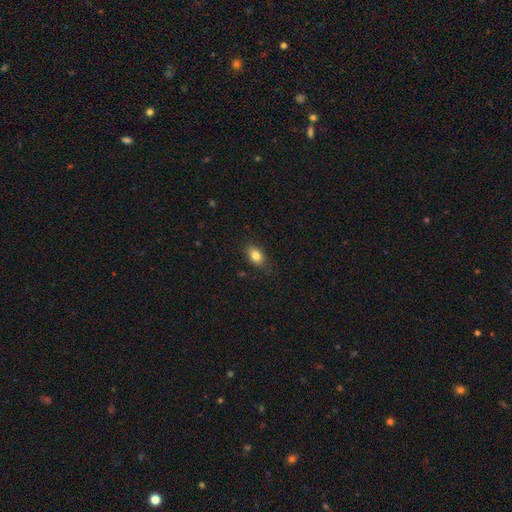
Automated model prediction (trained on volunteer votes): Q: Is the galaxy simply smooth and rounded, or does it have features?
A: smooth — 82%.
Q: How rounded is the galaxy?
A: in between — 84%.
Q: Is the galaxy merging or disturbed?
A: none — 79%.